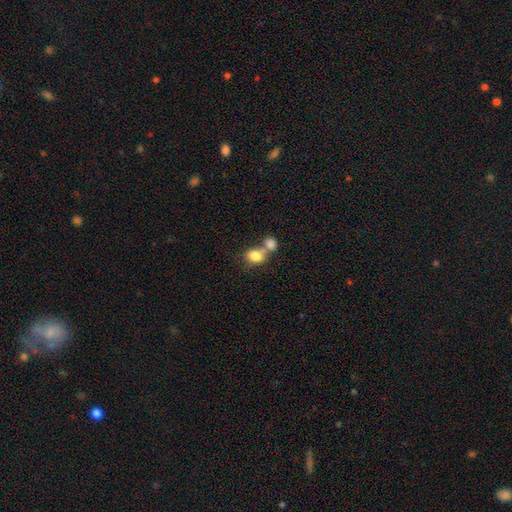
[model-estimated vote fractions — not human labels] smooth-or-featured: smooth: 81% | featured or disk: 10% | star or artifact: 9%
  how-rounded: round: 51% | in between: 48% | cigar-shaped: 1%
  merging: merger: 54% | none: 33% | minor disturbance: 9% | major disturbance: 4%